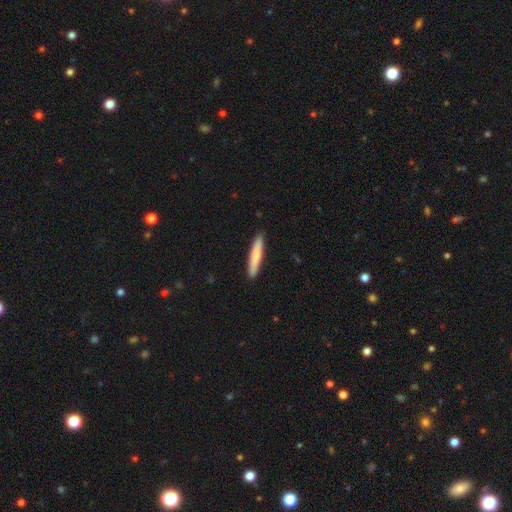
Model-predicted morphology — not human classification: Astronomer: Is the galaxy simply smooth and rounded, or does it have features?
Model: smooth — 73%.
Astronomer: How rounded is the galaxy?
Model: cigar-shaped — 92%.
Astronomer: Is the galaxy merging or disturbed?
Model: none — 90%.